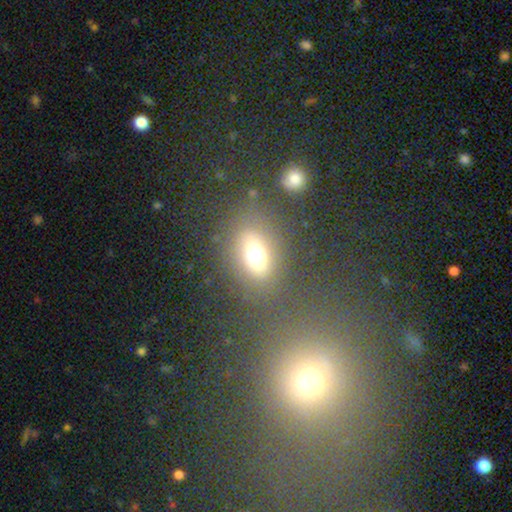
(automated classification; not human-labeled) smooth_or_featured: smooth (p=0.64) [alt: star or artifact p=0.19]
how_rounded: in between (p=0.65) [alt: round p=0.31]
merging: none (p=0.74) [alt: minor disturbance p=0.12]